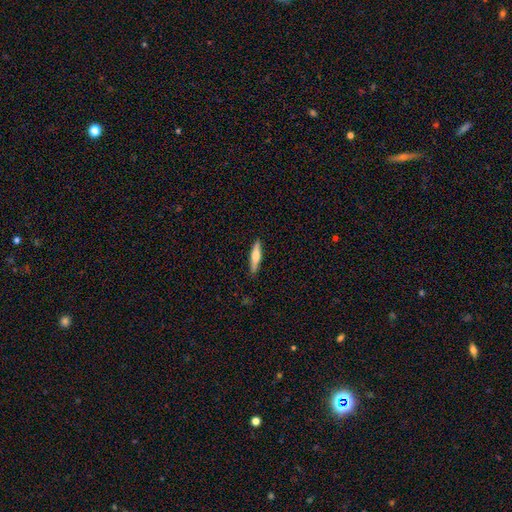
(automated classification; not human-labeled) smooth_or_featured: smooth (p=0.50) [alt: featured or disk p=0.44]
how_rounded: cigar-shaped (p=0.81) [alt: in between p=0.17]
merging: none (p=0.90) [alt: minor disturbance p=0.07]